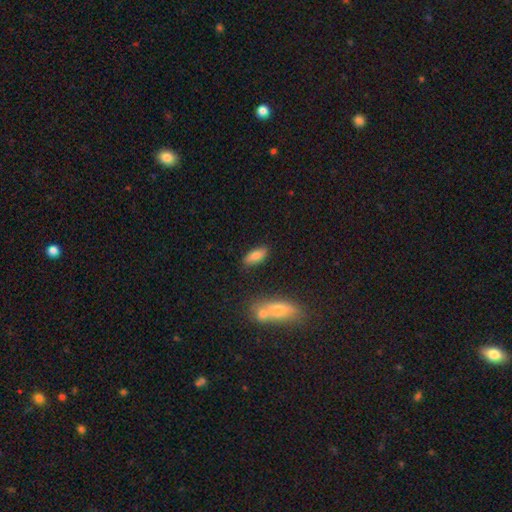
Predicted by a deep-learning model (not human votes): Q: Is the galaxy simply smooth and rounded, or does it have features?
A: smooth — 80%.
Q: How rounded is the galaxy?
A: in between — 82%.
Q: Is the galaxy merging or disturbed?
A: none — 83%.